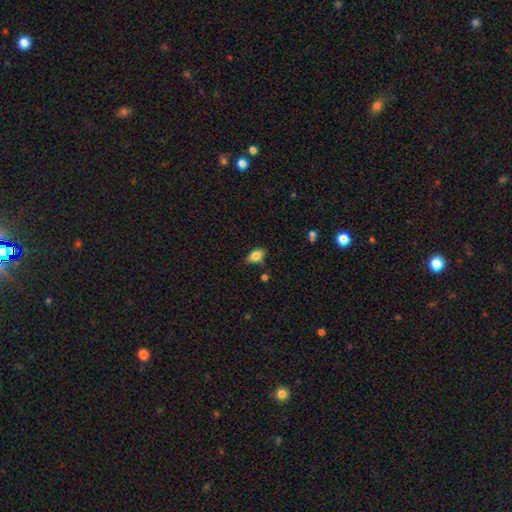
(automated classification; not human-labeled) Smooth or featured? smooth (80%)
How rounded? in between (86%)
Merging? none (67%)